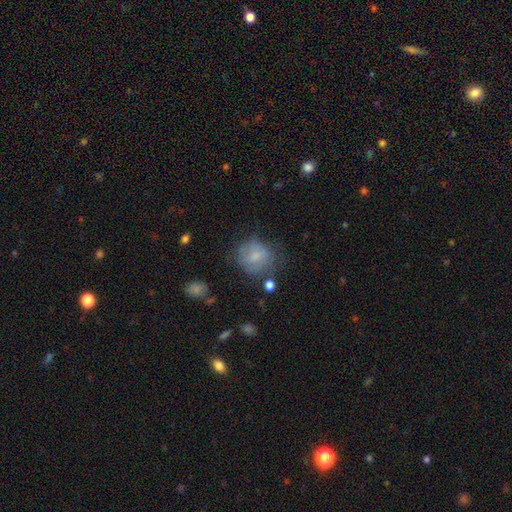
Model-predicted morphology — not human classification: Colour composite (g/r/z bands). It shows a smooth galaxy with no disk features (68%) that is round (75%). Merging: none (56%).